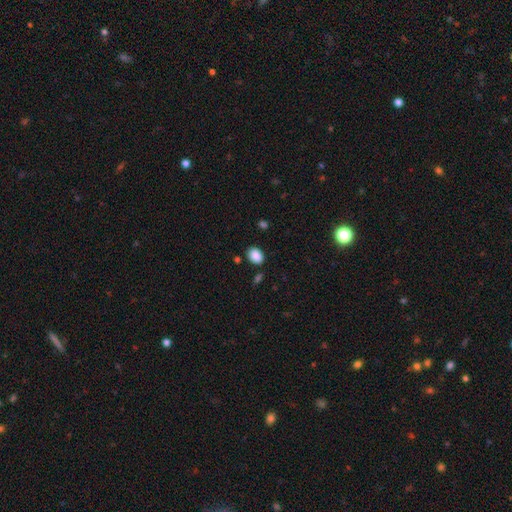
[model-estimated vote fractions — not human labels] smooth_or_featured: smooth (p=0.88) [alt: star or artifact p=0.09]
how_rounded: in between (p=0.72) [alt: round p=0.27]
merging: none (p=0.82) [alt: minor disturbance p=0.12]